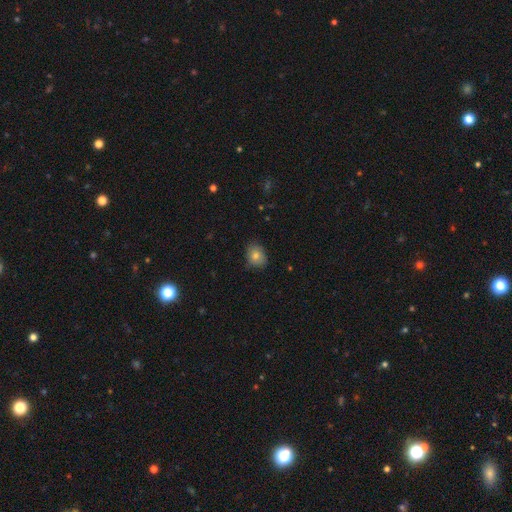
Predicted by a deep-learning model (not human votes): Morphology: type=smooth (80%); roundness=in between (51%); merging=none (79%).